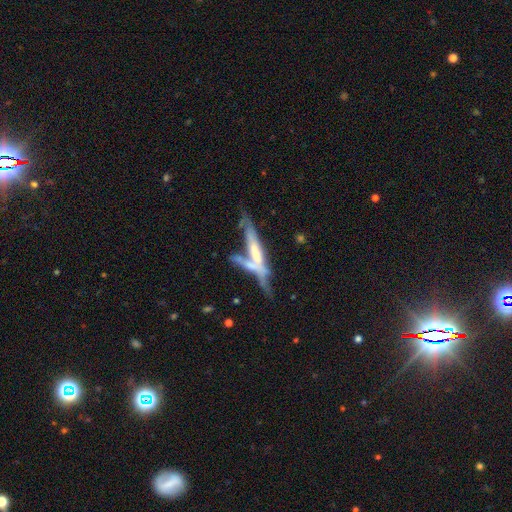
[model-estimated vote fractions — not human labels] Q: Smooth or featured?
A: featured or disk (56%); runner-up: smooth (36%)
Q: Edge-on disk?
A: yes (73%); runner-up: no (27%)
Q: Merging?
A: merger (48%); runner-up: none (28%)